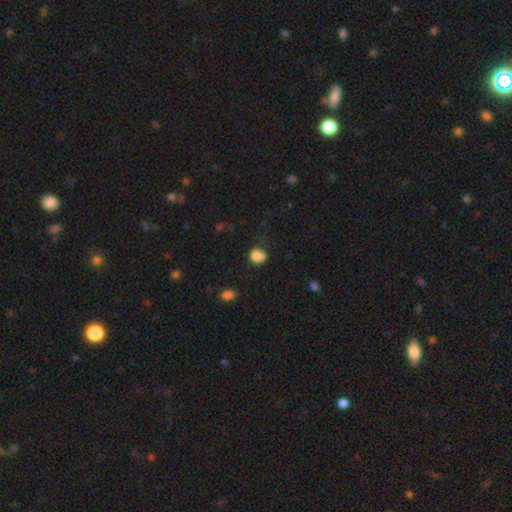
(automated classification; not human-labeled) Overall: smooth (79%). How rounded: round (61%; in between 38%). Merging: none (41%; minor disturbance 26%).